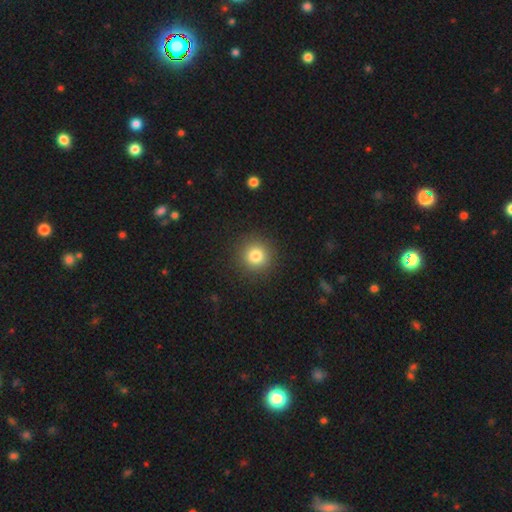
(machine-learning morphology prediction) This is clearly a smooth galaxy (81%). How rounded: clearly round (94%). Merging: clearly none (91%).